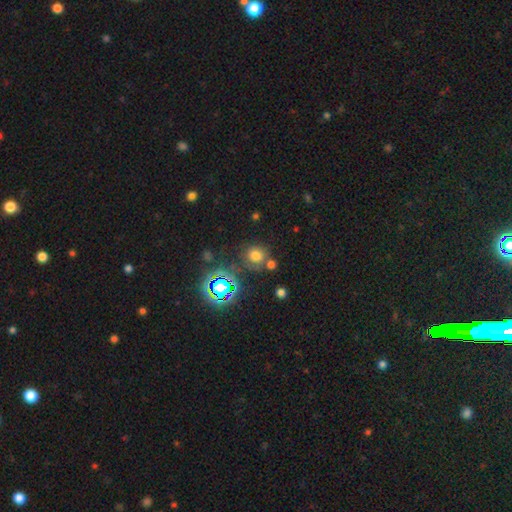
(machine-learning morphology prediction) Smooth or featured?
  - smooth: 66% *
  - star or artifact: 26%
  - featured or disk: 8%
How rounded?
  - round: 83% *
  - in between: 16%
  - cigar-shaped: 1%
Merging?
  - none: 70% *
  - merger: 15%
  - minor disturbance: 11%
  - major disturbance: 5%